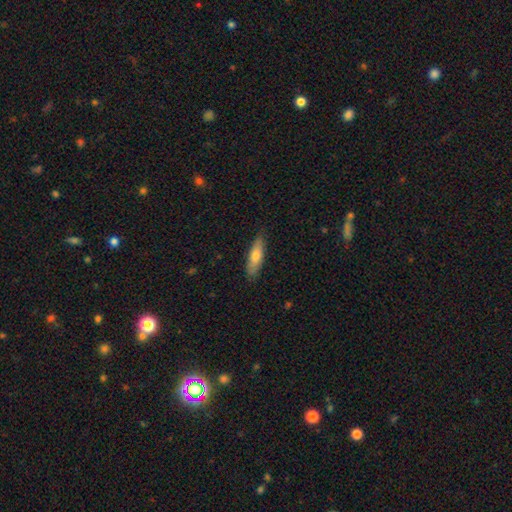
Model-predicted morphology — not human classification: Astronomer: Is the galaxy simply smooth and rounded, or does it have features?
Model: smooth — 70%.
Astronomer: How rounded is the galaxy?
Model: cigar-shaped — 57% (runner-up: in between, 41%).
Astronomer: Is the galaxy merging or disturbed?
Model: none — 86%.